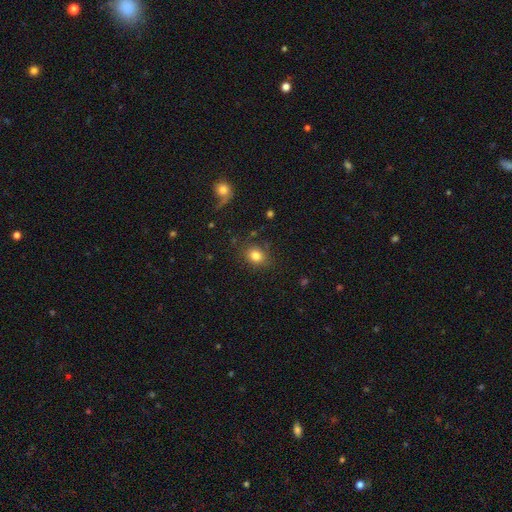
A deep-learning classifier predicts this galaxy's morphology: This is clearly a smooth galaxy (81%). How rounded: possibly round (58%). Merging: likely none (79%).